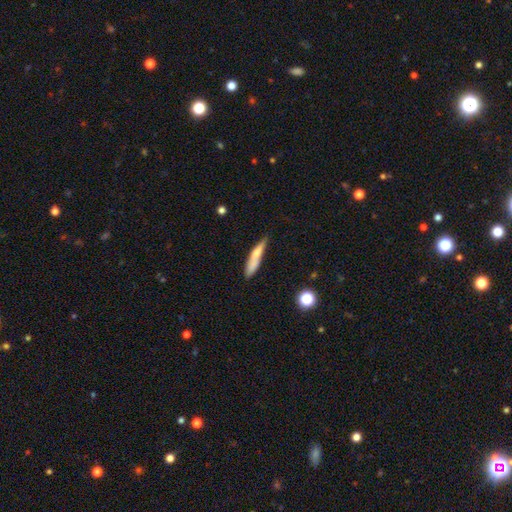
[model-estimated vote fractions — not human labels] Smooth or featured: smooth — 71% (featured or disk — 22%)
How rounded: cigar-shaped — 84% (in between — 14%)
Merging: none — 61% (minor disturbance — 26%)